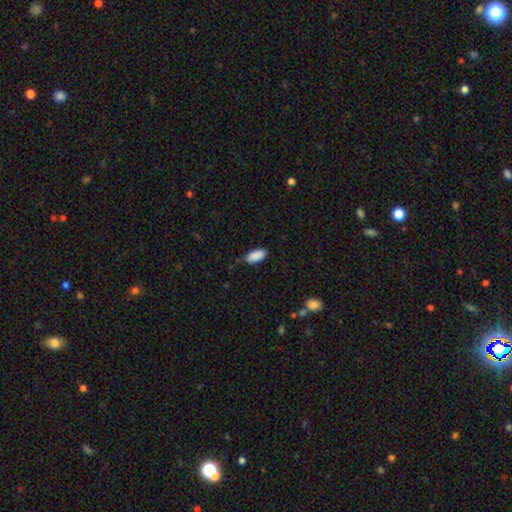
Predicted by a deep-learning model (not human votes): Smooth or featured? smooth (90%)
How rounded? in between (89%)
Merging? none (81%)